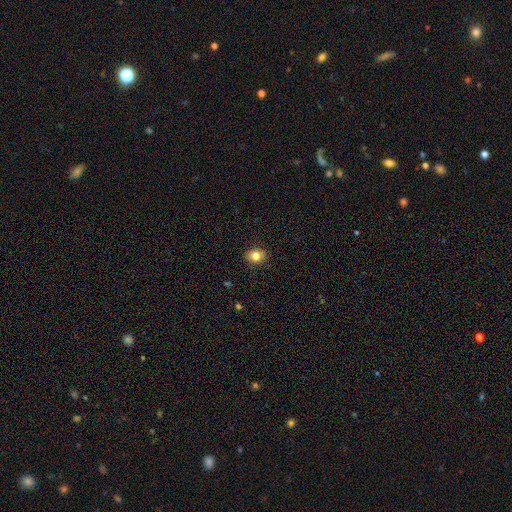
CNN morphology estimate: A smooth galaxy with no disk features (81%) that is in between round and cigar-shaped (55%).

Vote fractions:
- Smooth or featured? smooth: 81% / star or artifact: 10% / featured or disk: 9%
- How rounded? in between: 55% / round: 44% / cigar-shaped: 1%
- Merging? none: 88% / minor disturbance: 9% / major disturbance: 2% / merger: 1%